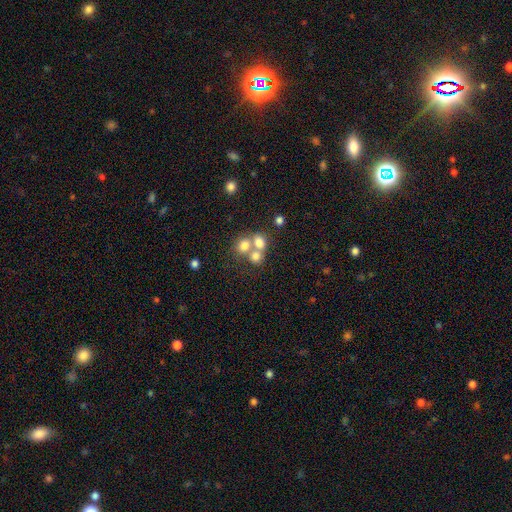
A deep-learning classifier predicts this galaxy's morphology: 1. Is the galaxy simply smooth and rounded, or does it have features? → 69% smooth, 17% featured or disk, 14% star or artifact.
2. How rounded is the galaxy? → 69% round, 30% in between, 1% cigar-shaped.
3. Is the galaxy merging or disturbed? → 55% merger, 34% none, 7% minor disturbance, 4% major disturbance.